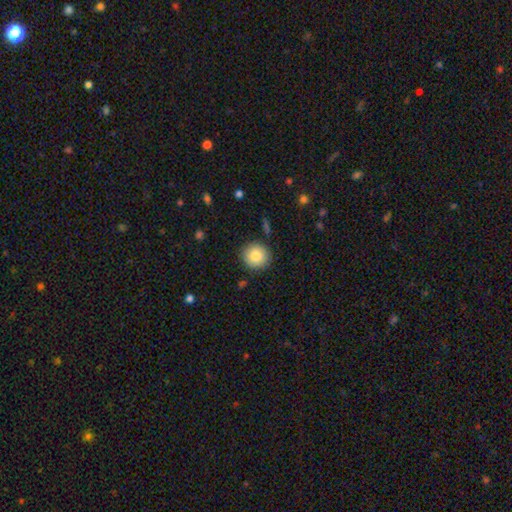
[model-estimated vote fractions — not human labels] Smooth or featured? smooth (84%)
How rounded? round (92%)
Merging? none (89%)